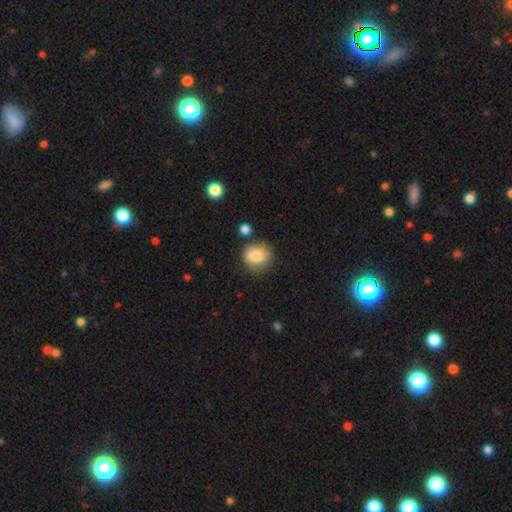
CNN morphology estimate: This appears to be a smooth galaxy with no disk features (83%) that is round (80%). Merging: none (73%).